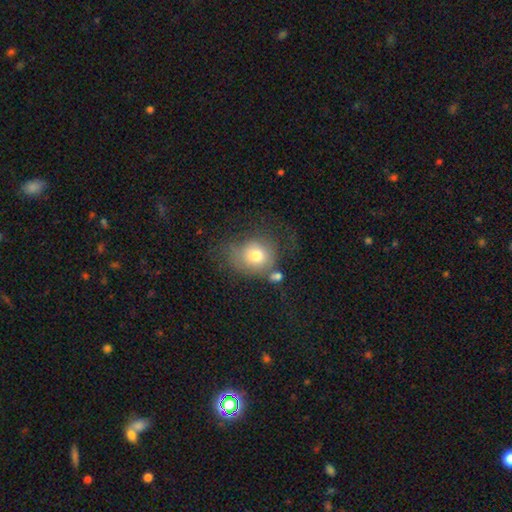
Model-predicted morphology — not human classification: smooth_or_featured: smooth (p=0.72) [alt: featured or disk p=0.17]
how_rounded: round (p=0.75) [alt: in between p=0.24]
merging: none (p=0.45) [alt: minor disturbance p=0.23]